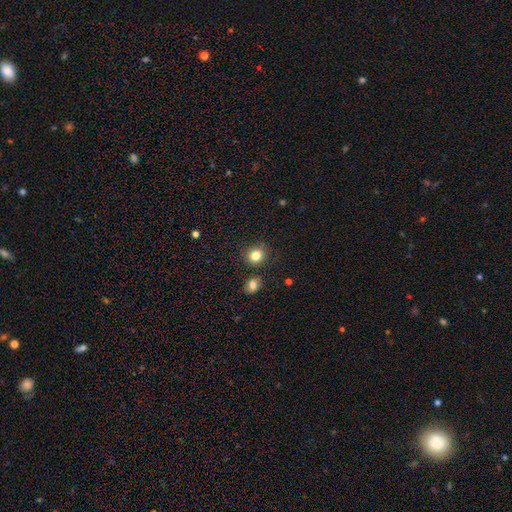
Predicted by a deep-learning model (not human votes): Smooth or featured: smooth — 82% (star or artifact — 12%)
How rounded: round — 82% (in between — 17%)
Merging: none — 83% (minor disturbance — 9%)